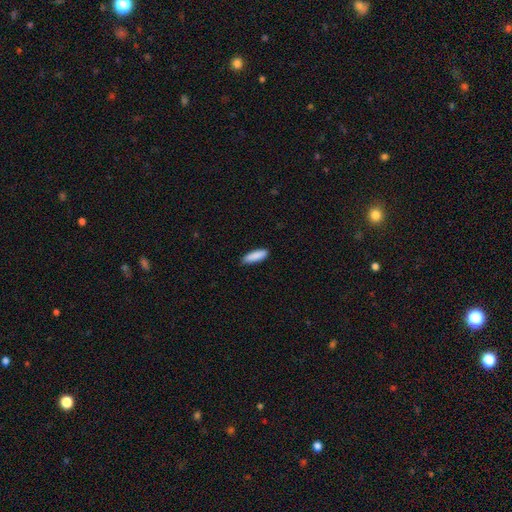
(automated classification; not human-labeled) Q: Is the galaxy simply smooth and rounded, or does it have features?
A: smooth — 89%.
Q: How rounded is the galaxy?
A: cigar-shaped — 51%.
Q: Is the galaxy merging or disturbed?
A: none — 84%.